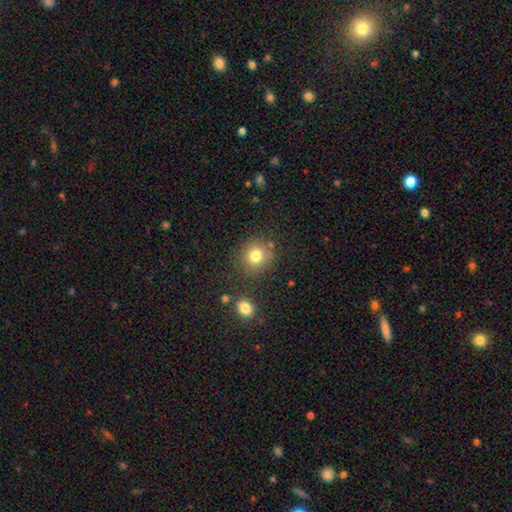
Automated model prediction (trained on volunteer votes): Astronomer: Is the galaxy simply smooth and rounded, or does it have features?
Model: smooth — 79%.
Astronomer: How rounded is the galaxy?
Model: round — 85%.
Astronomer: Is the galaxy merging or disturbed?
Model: none — 80%.